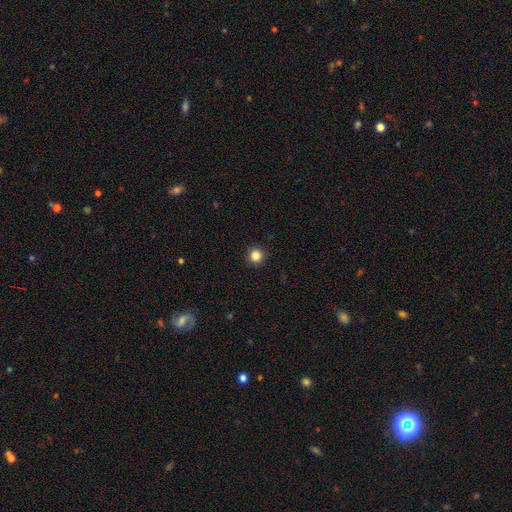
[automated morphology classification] smooth 84%, star or artifact 11%, featured or disk 4%. Down the decision tree: how rounded — round (96%); merging — none (93%).